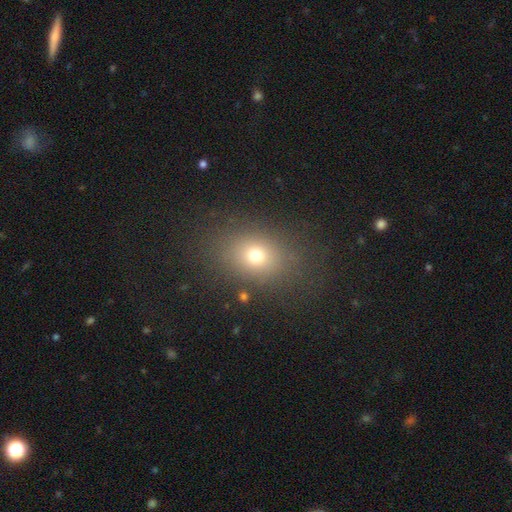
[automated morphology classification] Smooth or featured: smooth — 70% (star or artifact — 18%)
How rounded: in between — 54% (round — 44%)
Merging: none — 82% (minor disturbance — 10%)